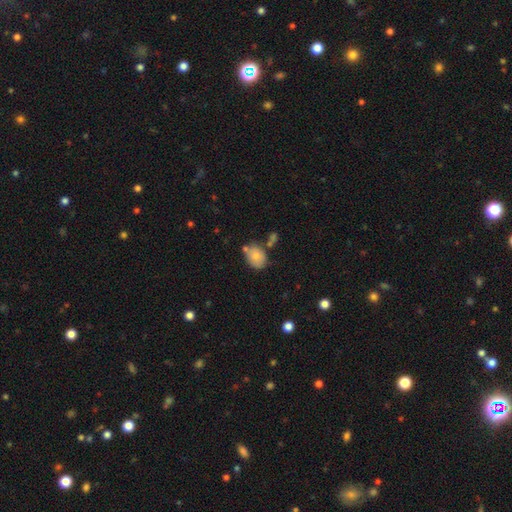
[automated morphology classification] smooth 76%, featured or disk 16%, star or artifact 9%. Down the decision tree: how rounded — in between (64%); merging — none (59%).